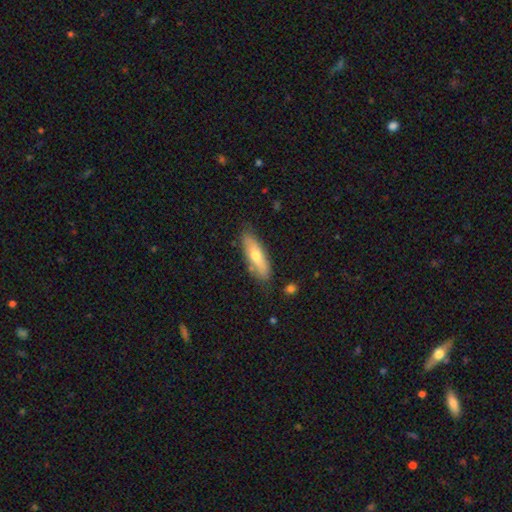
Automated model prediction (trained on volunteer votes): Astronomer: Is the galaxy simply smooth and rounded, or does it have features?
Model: smooth — 59% (runner-up: featured or disk, 35%).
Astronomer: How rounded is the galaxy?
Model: cigar-shaped — 50% (runner-up: in between, 48%).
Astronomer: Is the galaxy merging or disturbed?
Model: none — 80%.